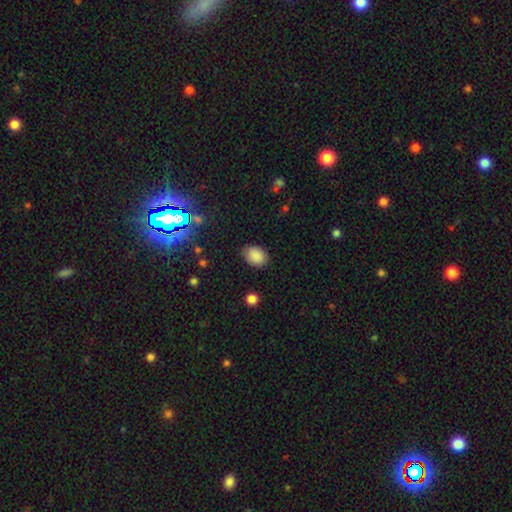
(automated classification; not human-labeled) Overall: smooth (87%). How rounded: in between (72%). Merging: none (84%).